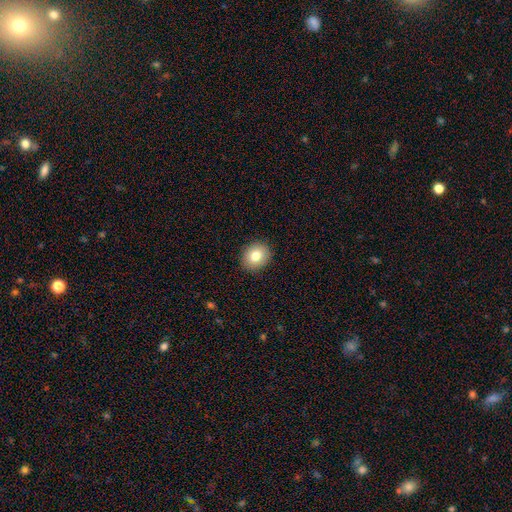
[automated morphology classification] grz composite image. It shows a smooth galaxy with no disk features (79%) that is round (69%). Merging: none (91%).